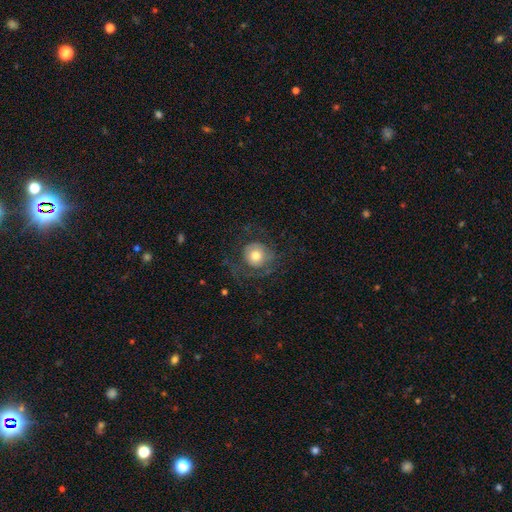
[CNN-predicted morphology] smooth 54%, featured or disk 37%, star or artifact 9%. Down the decision tree: how rounded — round (90%); merging — none (56%).